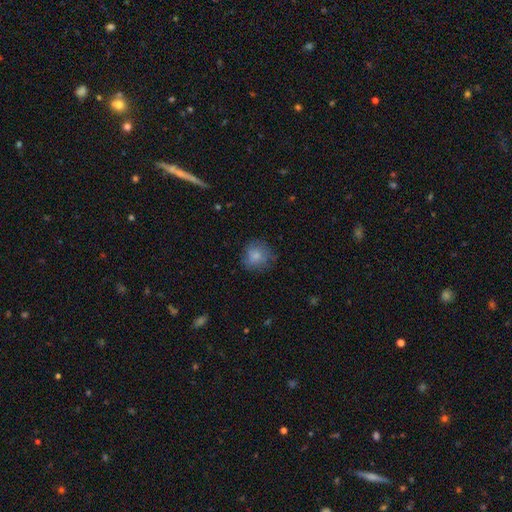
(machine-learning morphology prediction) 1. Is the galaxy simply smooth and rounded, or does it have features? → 80% smooth, 11% featured or disk, 8% star or artifact.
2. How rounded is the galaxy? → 87% round, 13% in between, 1% cigar-shaped.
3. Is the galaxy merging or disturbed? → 73% none, 19% minor disturbance, 6% major disturbance, 1% merger.